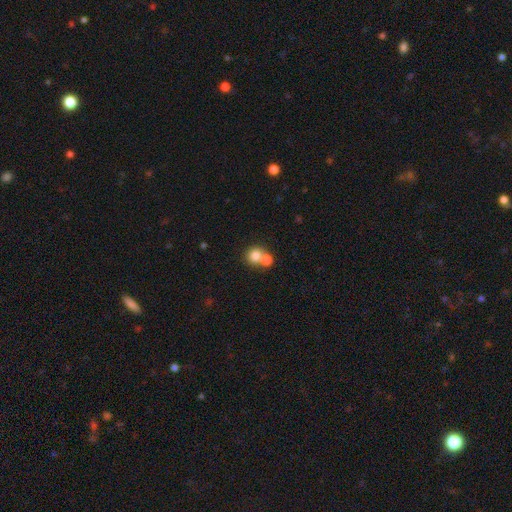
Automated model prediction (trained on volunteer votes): Smooth or featured? smooth (79%)
How rounded? round (85%)
Merging? merger (51%)